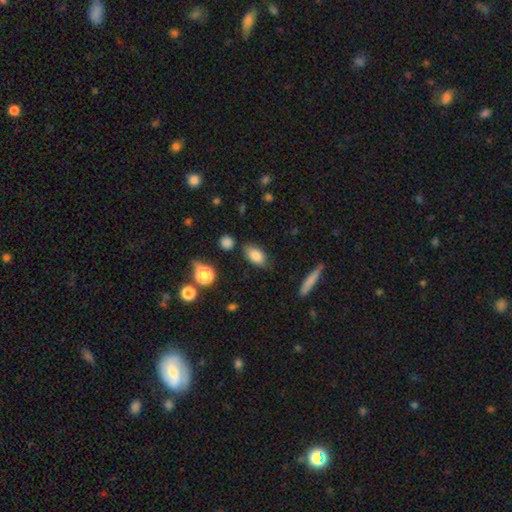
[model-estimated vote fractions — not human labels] A smooth galaxy with no disk features (81%) that is in between round and cigar-shaped (88%).

Vote fractions:
- Smooth or featured? smooth: 81% / featured or disk: 10% / star or artifact: 9%
- How rounded? in between: 88% / round: 7% / cigar-shaped: 6%
- Merging? none: 75% / minor disturbance: 17% / major disturbance: 4% / merger: 4%